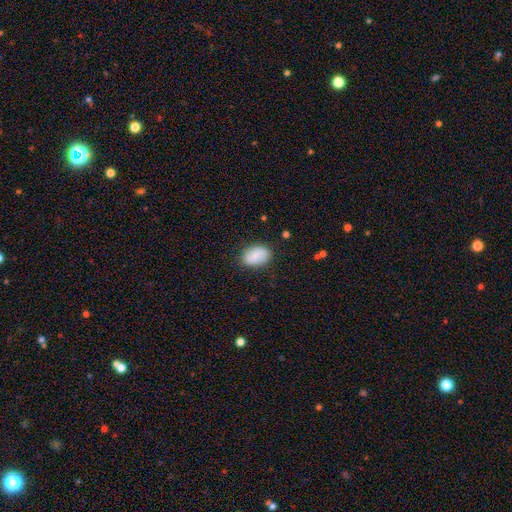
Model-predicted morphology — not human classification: Smooth or featured? Predicted: smooth (p=0.78). How rounded? Predicted: in between (p=0.83). Merging? Predicted: none (p=0.82).